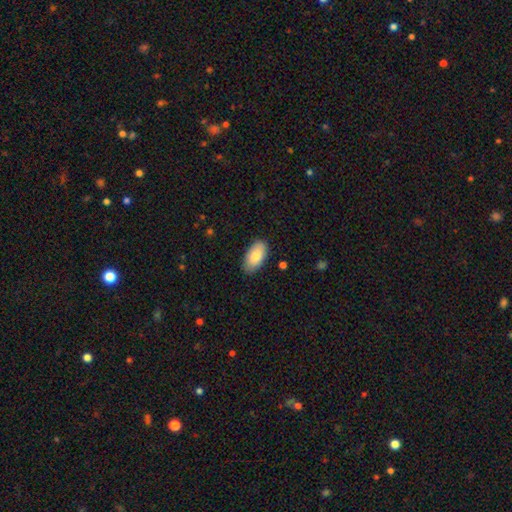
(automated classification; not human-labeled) The model was most divided on "merging": none: 84%, minor disturbance: 12%, major disturbance: 2%, merger: 1%. More confident: how rounded — in between (95%); smooth or featured — smooth (83%).